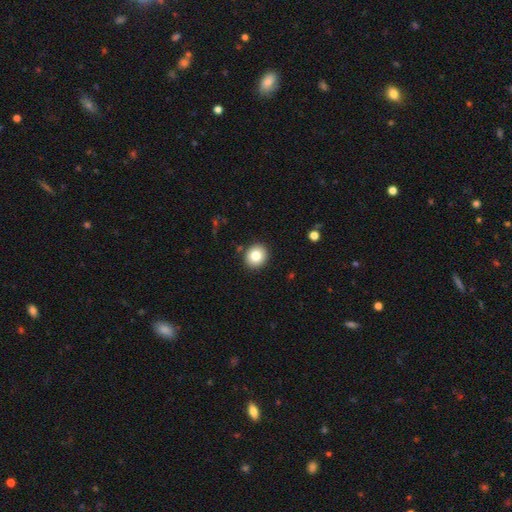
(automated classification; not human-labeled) The model was most divided on "how rounded": round: 82%, in between: 18%, cigar-shaped: 1%. More confident: merging — none (90%); smooth or featured — smooth (81%).